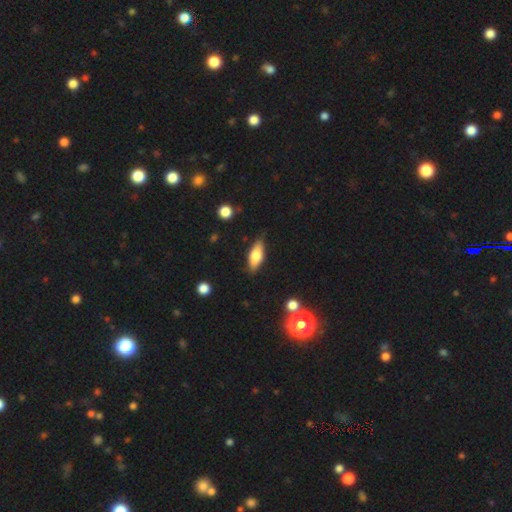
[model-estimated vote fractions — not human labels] Q: Smooth or featured?
A: smooth (64%); runner-up: featured or disk (29%)
Q: How rounded?
A: in between (69%); runner-up: cigar-shaped (28%)
Q: Merging?
A: none (83%); runner-up: minor disturbance (13%)